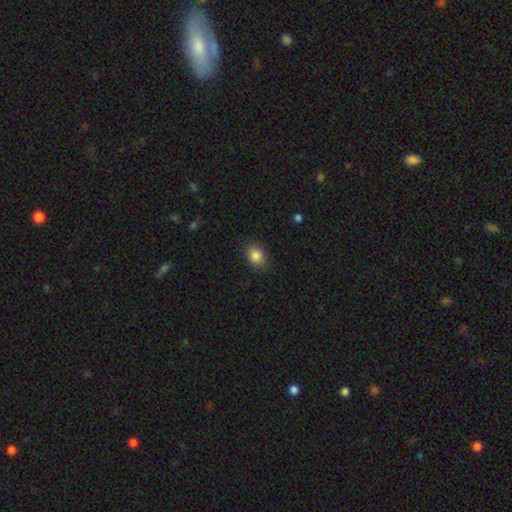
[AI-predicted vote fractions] Smooth or featured: smooth — 85% (star or artifact — 9%)
How rounded: in between — 65% (round — 34%)
Merging: none — 87% (minor disturbance — 10%)